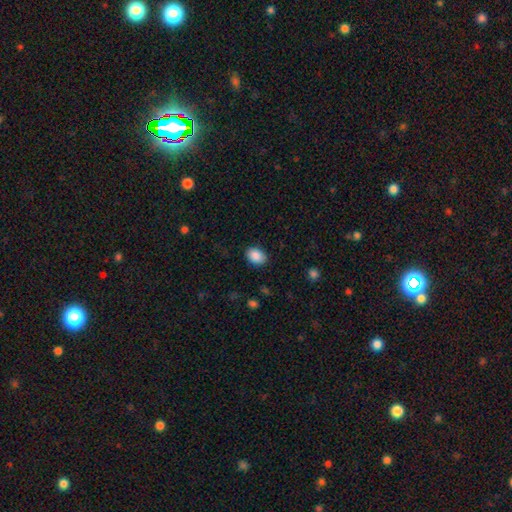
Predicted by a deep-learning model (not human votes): smooth 89%, star or artifact 8%, featured or disk 4%. Down the decision tree: how rounded — in between (73%); merging — none (86%).